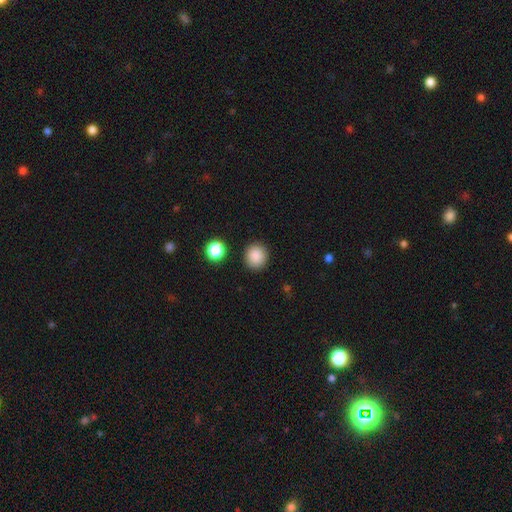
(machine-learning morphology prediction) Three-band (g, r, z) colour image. It shows a smooth galaxy with no disk features (87%) that is round (88%). Merging: none (88%).